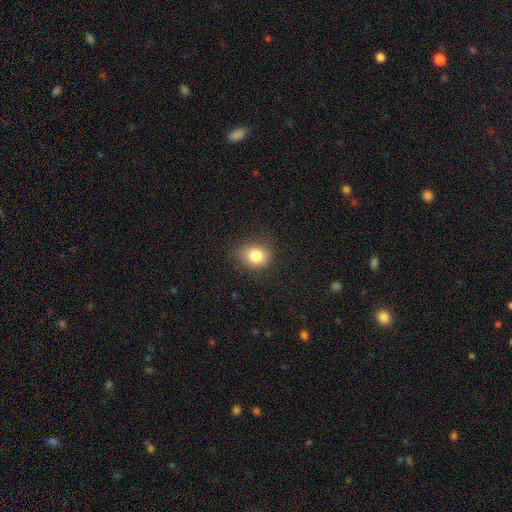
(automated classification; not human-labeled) Smooth or featured?
  - smooth: 82% *
  - star or artifact: 11%
  - featured or disk: 7%
How rounded?
  - round: 55% *
  - in between: 44%
  - cigar-shaped: 1%
Merging?
  - none: 76% *
  - minor disturbance: 18%
  - major disturbance: 5%
  - merger: 1%